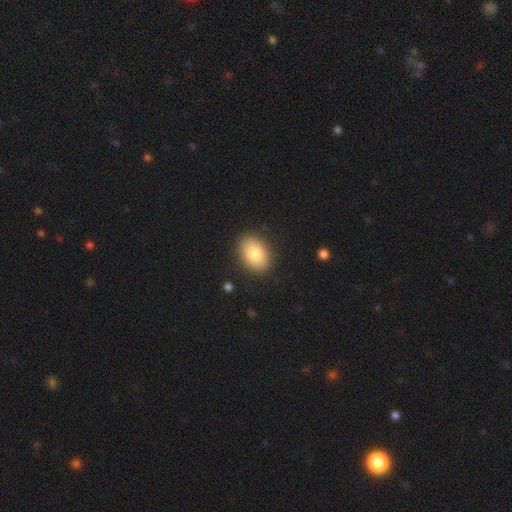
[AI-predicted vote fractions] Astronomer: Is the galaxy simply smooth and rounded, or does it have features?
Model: smooth — 82%.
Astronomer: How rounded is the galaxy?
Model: in between — 78%.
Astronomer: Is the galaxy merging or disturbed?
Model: none — 87%.